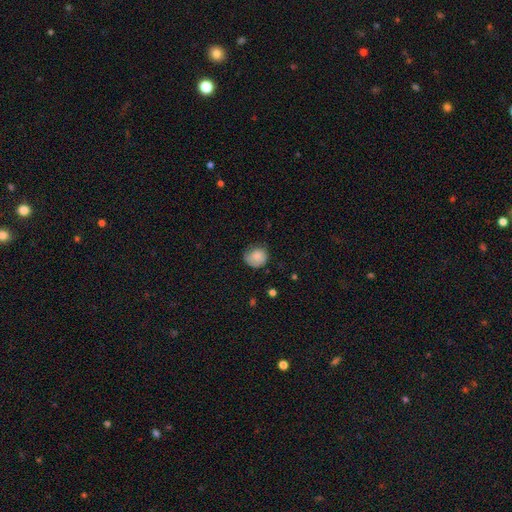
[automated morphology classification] The model was most divided on "merging": none: 59%, minor disturbance: 31%, major disturbance: 9%, merger: 2%. More confident: smooth or featured — smooth (82%); how rounded — round (81%).